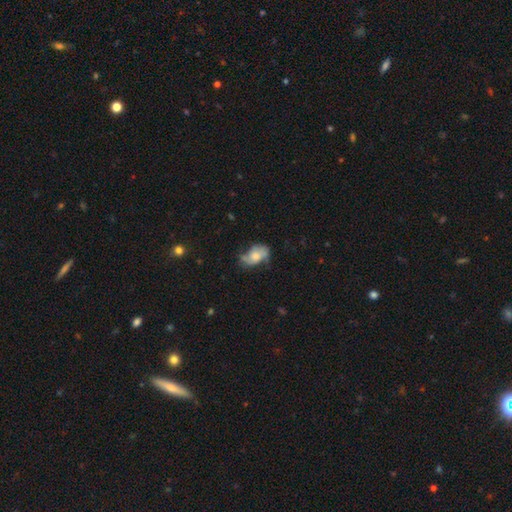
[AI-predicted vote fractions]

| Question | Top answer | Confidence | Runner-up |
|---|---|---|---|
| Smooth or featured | featured or disk | 49% | smooth (43%) |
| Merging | none | 49% | minor disturbance (31%) |